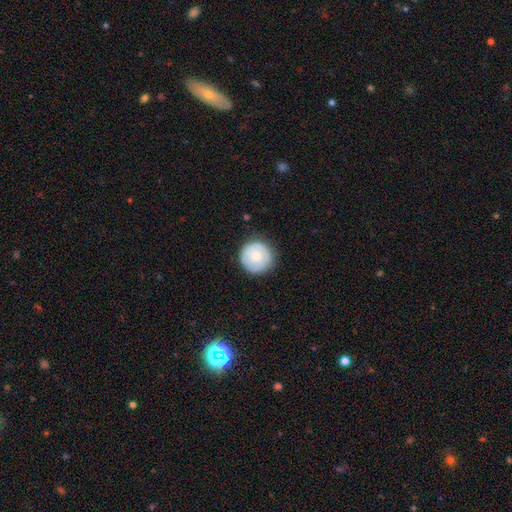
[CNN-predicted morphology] Smooth or featured? Predicted: smooth (p=0.72). How rounded? Predicted: round (p=0.96). Merging? Predicted: none (p=0.86).